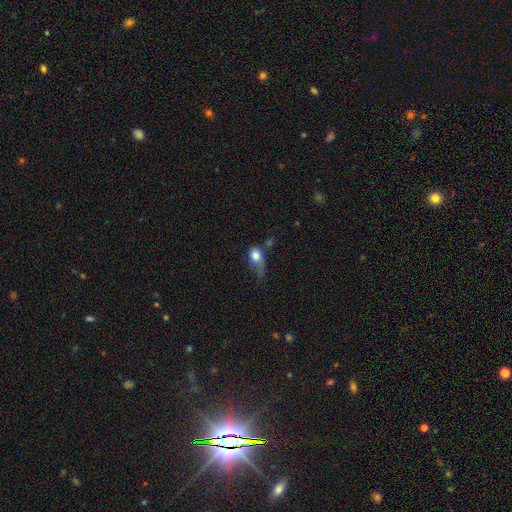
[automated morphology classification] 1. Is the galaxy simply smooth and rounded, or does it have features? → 72% smooth, 19% featured or disk, 9% star or artifact.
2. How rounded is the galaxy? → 67% in between, 29% round, 4% cigar-shaped.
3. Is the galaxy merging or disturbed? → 42% major disturbance, 27% minor disturbance, 20% none, 10% merger.